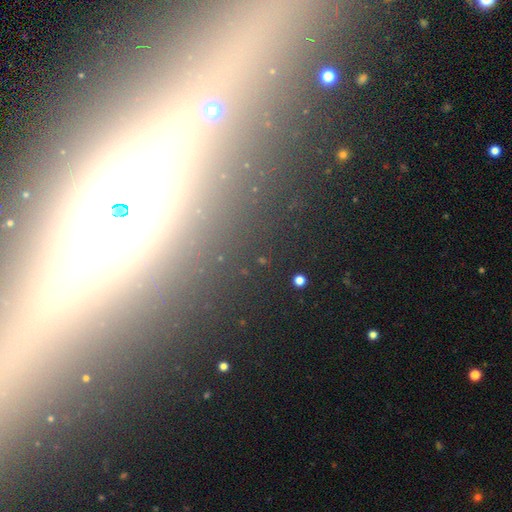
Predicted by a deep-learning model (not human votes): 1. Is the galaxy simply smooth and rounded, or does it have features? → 70% featured or disk, 19% star or artifact, 11% smooth.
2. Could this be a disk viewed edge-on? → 89% yes, 11% no.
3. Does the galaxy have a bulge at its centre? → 80% rounded, 13% boxy, 8% none.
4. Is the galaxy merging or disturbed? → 86% none, 8% minor disturbance, 4% major disturbance, 2% merger.